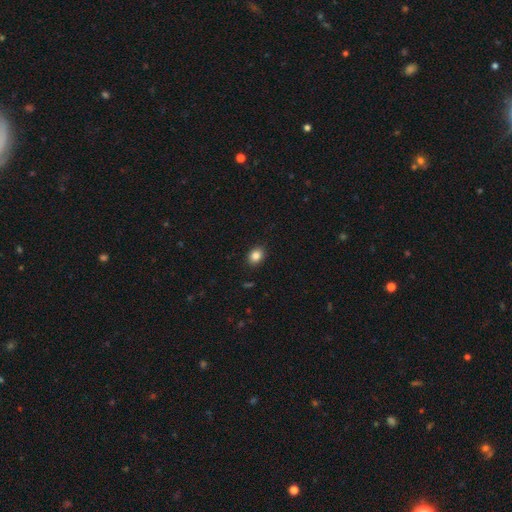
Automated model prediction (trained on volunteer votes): smooth 86%, star or artifact 10%, featured or disk 5%. Down the decision tree: how rounded — in between (55%); merging — none (89%).